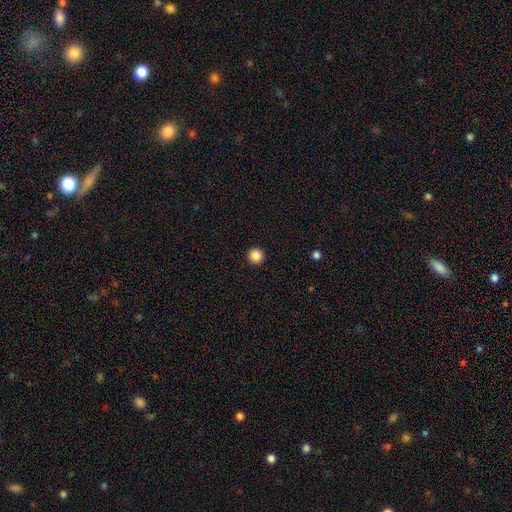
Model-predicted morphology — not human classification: Smooth or featured? Predicted: smooth (p=0.87). How rounded? Predicted: round (p=0.96). Merging? Predicted: none (p=0.94).